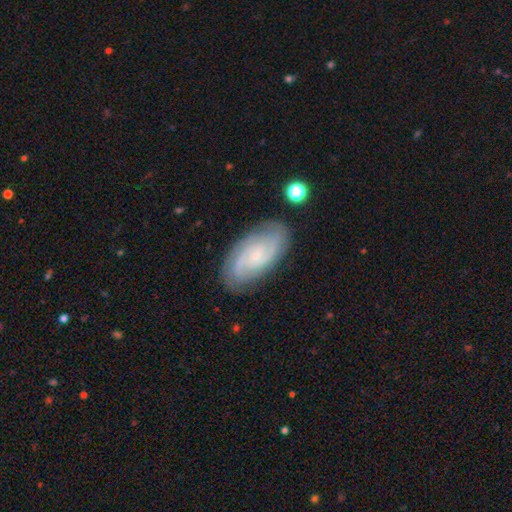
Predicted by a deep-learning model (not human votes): Q: Smooth or featured?
A: featured or disk (83%); runner-up: smooth (11%)
Q: Edge-on disk?
A: no (96%); runner-up: yes (4%)
Q: Bar?
A: no (63%); runner-up: weak (31%)
Q: Spiral arms?
A: yes (97%); runner-up: no (3%)
Q: Spiral winding?
A: tight (59%); runner-up: medium (34%)
Q: Spiral arm count?
A: 2 (47%); runner-up: 3 (22%)
Q: Bulge size?
A: small (79%); runner-up: moderate (11%)
Q: Merging?
A: none (82%); runner-up: minor disturbance (13%)